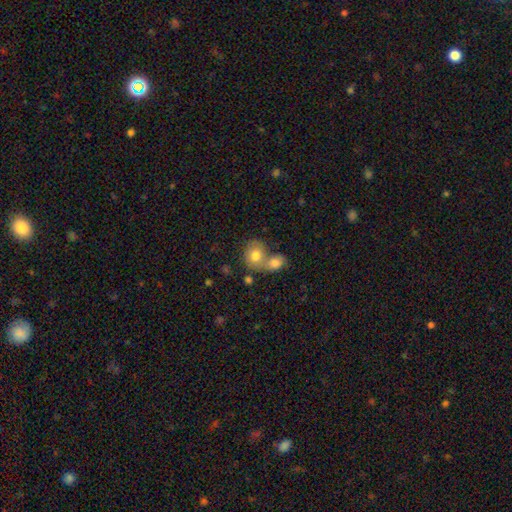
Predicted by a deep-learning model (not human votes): Smooth or featured? smooth (76%)
How rounded? round (61%)
Merging? merger (62%)